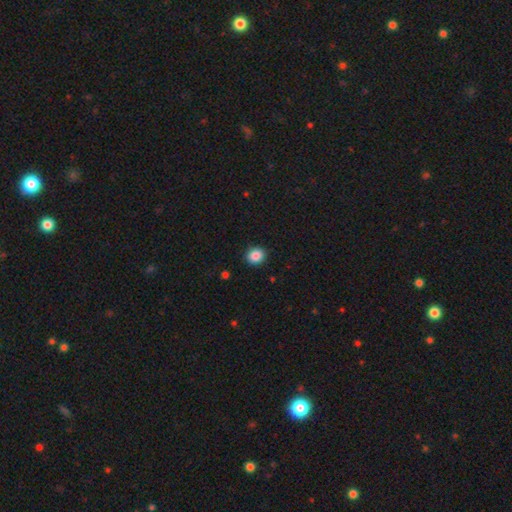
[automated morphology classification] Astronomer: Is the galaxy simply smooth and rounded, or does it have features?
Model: smooth — 87%.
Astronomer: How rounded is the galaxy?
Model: round — 78%.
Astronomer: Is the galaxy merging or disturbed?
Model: none — 91%.